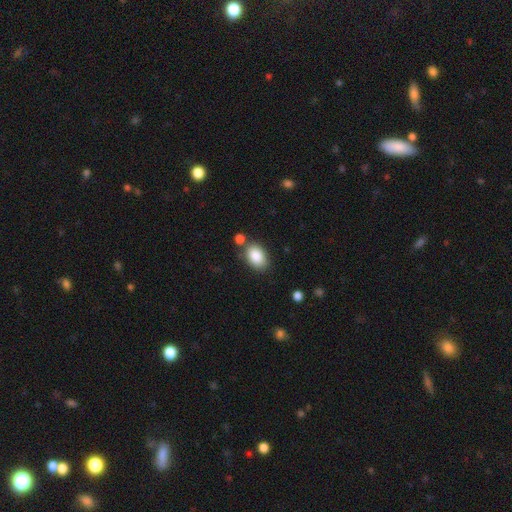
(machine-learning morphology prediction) Overall: smooth (87%). How rounded: in between (87%). Merging: none (72%).